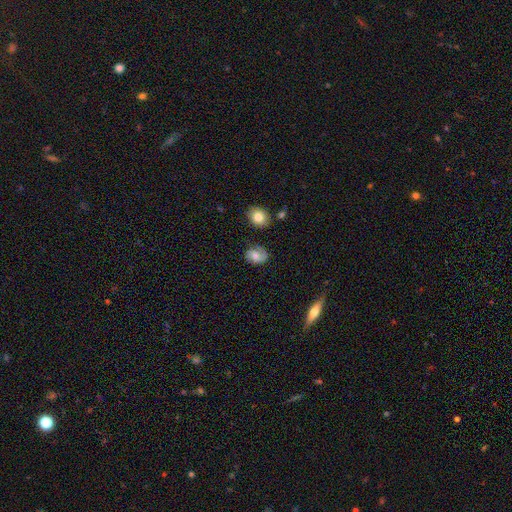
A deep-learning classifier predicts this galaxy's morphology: Smooth or featured? Predicted: featured or disk (p=0.48). Merging? Predicted: none (p=0.71).